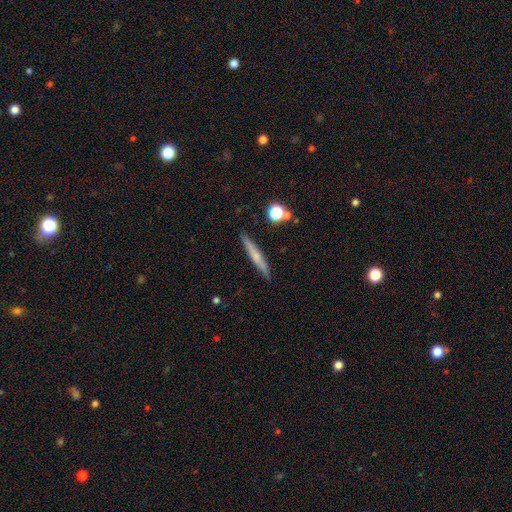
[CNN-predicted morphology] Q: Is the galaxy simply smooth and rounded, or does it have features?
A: smooth — 54%.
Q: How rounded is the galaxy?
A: cigar-shaped — 94%.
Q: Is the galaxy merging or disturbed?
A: none — 88%.